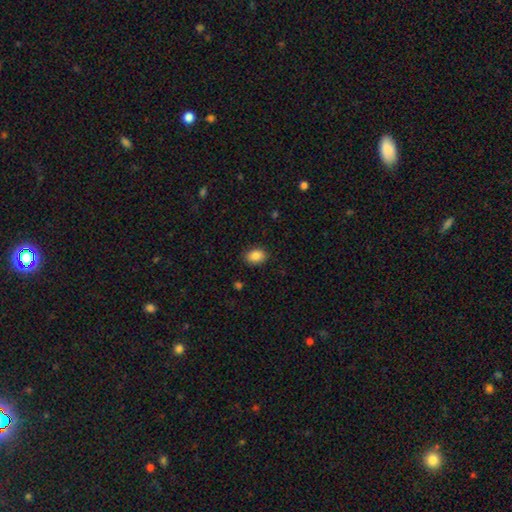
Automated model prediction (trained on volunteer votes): Smooth or featured?
  - smooth: 87% *
  - star or artifact: 8%
  - featured or disk: 5%
How rounded?
  - in between: 74% *
  - round: 25%
  - cigar-shaped: 1%
Merging?
  - none: 88% *
  - minor disturbance: 9%
  - major disturbance: 2%
  - merger: 1%